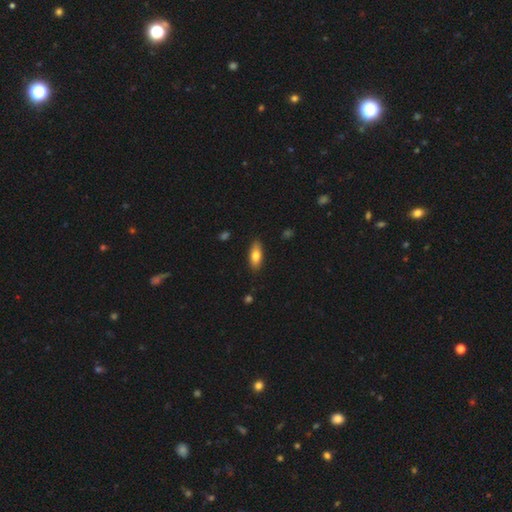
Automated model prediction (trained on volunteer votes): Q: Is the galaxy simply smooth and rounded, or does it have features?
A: smooth — 78%.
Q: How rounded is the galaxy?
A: in between — 77%.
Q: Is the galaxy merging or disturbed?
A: none — 86%.